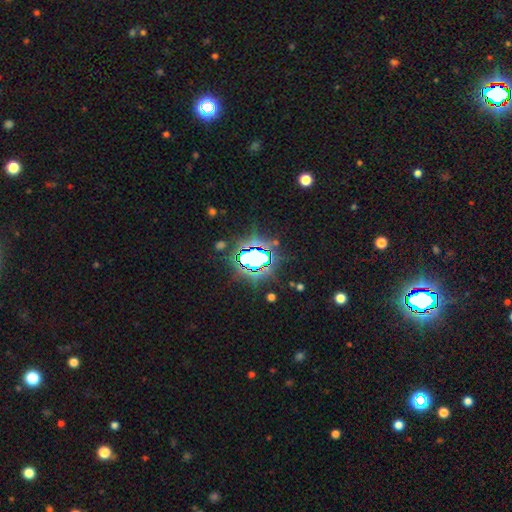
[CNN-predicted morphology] This is likely a star or artifact rather than a galaxy (71%).